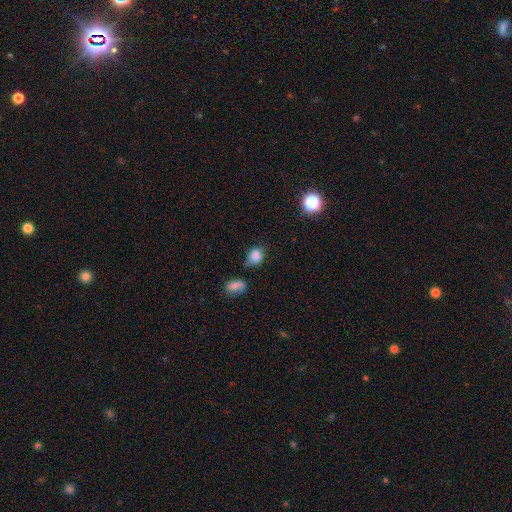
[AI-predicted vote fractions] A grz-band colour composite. It shows a smooth galaxy with no disk features (81%) that is in between round and cigar-shaped (50%). Merging: none (57%).